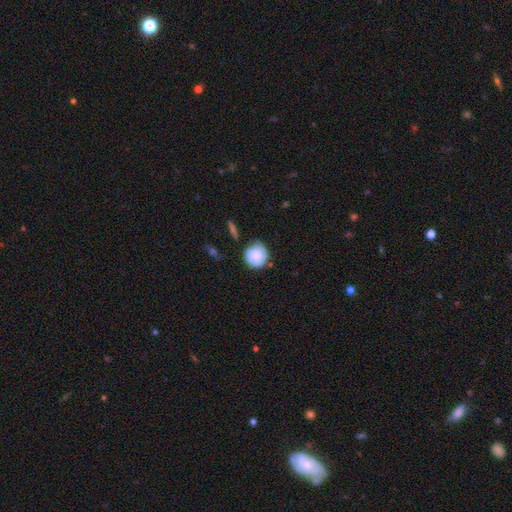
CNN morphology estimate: A smooth galaxy with no disk features (78%) that is round (90%). Merging: none (69%).